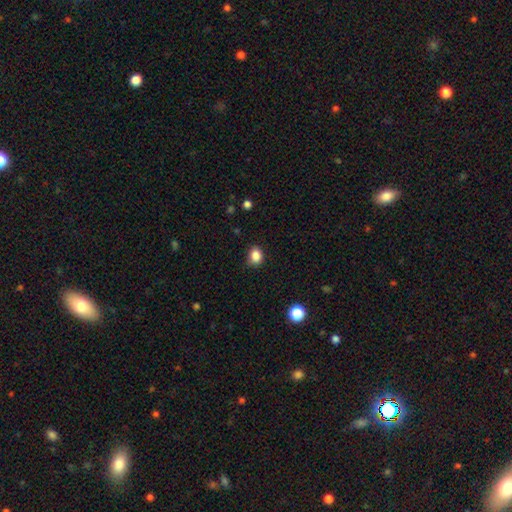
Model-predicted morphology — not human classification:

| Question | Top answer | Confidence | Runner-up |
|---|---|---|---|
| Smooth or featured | smooth | 86% | star or artifact (11%) |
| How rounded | in between | 51% | round (48%) |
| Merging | none | 81% | minor disturbance (15%) |